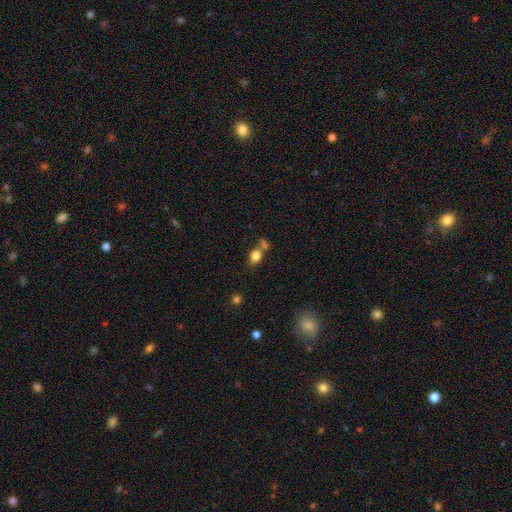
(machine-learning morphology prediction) Smooth or featured?
  - smooth: 80% *
  - star or artifact: 11%
  - featured or disk: 9%
How rounded?
  - in between: 52% *
  - round: 46%
  - cigar-shaped: 2%
Merging?
  - none: 46% *
  - merger: 35%
  - minor disturbance: 13%
  - major disturbance: 6%